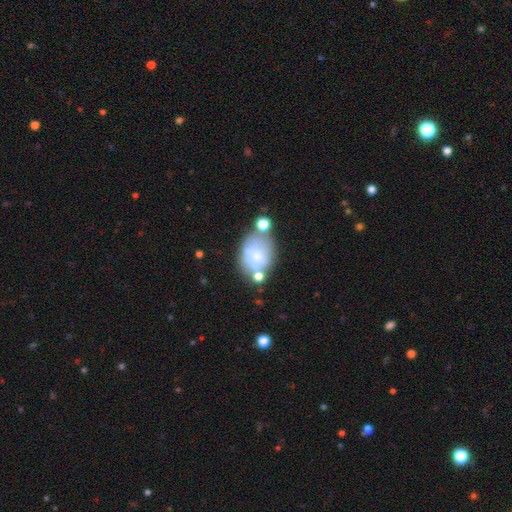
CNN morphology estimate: A smooth galaxy with no disk features (47%).

Vote fractions:
- Smooth or featured? smooth: 47% / featured or disk: 42% / star or artifact: 10%
- Merging? none: 43% / minor disturbance: 22% / merger: 21% / major disturbance: 14%